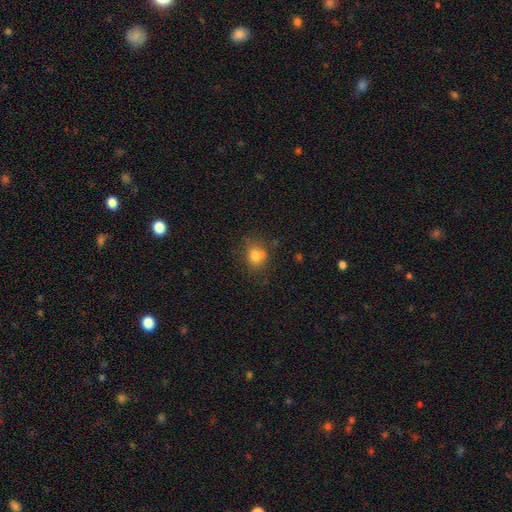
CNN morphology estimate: A smooth galaxy with no disk features (76%) that is round (57%). Merging: none (59%).